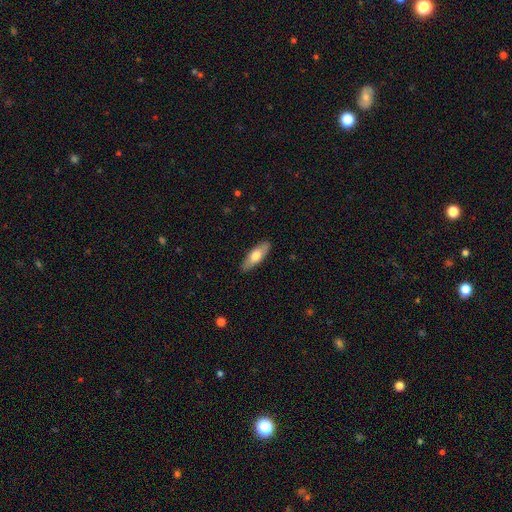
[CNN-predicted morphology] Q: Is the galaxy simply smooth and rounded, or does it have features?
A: smooth — 64%.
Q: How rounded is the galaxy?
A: in between — 62%.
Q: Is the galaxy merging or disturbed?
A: none — 87%.